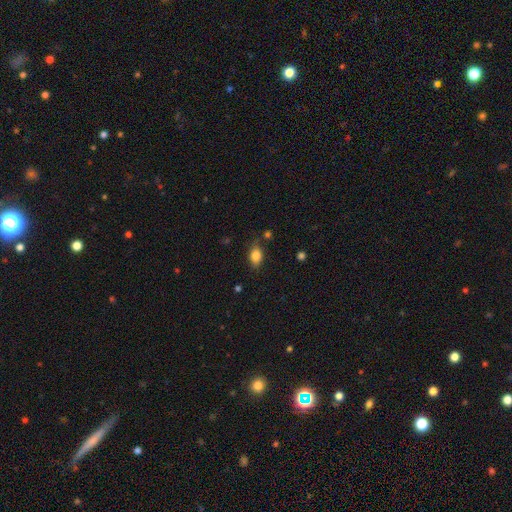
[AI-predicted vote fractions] This appears to be a smooth galaxy with no disk features (83%) that is in between round and cigar-shaped (82%). Merging: none (74%).